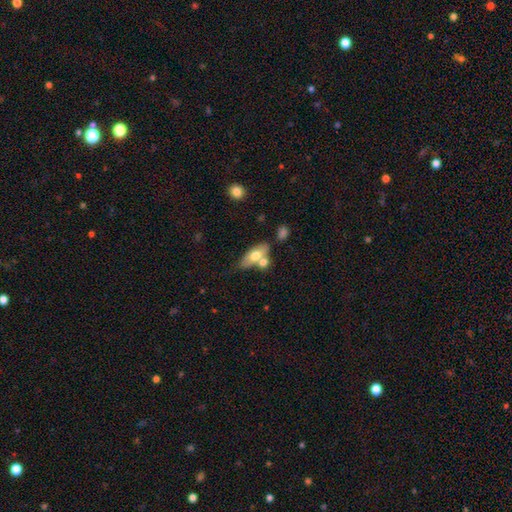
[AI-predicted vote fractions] smooth_or_featured: smooth (p=0.64) [alt: featured or disk p=0.30]
how_rounded: in between (p=0.81) [alt: cigar-shaped p=0.14]
merging: none (p=0.41) [alt: merger p=0.39]